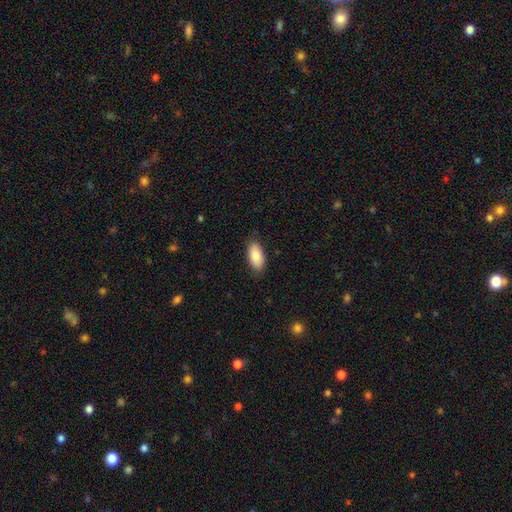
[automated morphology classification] Smooth or featured: smooth — 83% (featured or disk — 10%)
How rounded: in between — 91% (cigar-shaped — 6%)
Merging: none — 85% (minor disturbance — 12%)